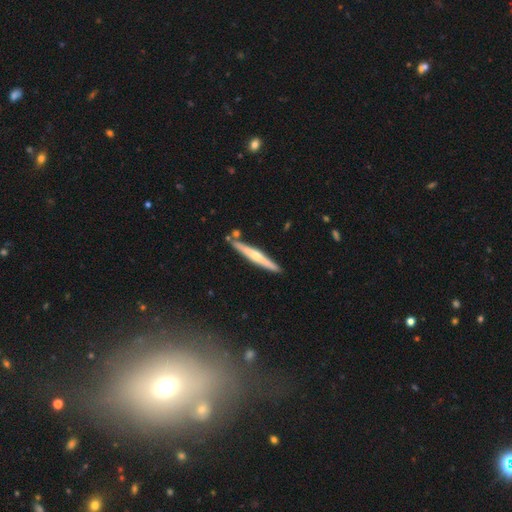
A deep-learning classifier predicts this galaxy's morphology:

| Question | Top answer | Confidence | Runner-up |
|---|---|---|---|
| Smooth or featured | featured or disk | 60% | smooth (35%) |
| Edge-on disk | yes | 96% | no (4%) |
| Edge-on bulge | rounded | 74% | none (21%) |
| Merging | none | 85% | minor disturbance (9%) |